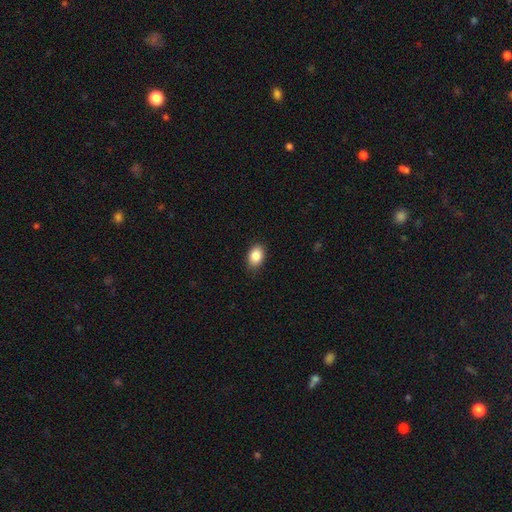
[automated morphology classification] The model was most divided on "how rounded": in between: 82%, round: 16%, cigar-shaped: 1%. More confident: smooth or featured — smooth (86%); merging — none (86%).